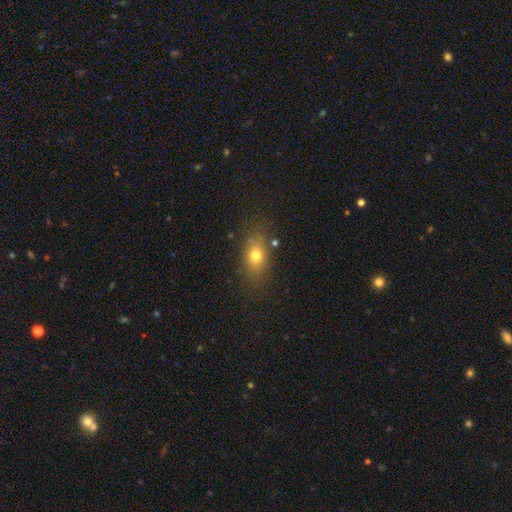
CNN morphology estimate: smooth_or_featured: smooth (p=0.73) [alt: featured or disk p=0.14]
how_rounded: in between (p=0.71) [alt: round p=0.23]
merging: none (p=0.77) [alt: minor disturbance p=0.14]